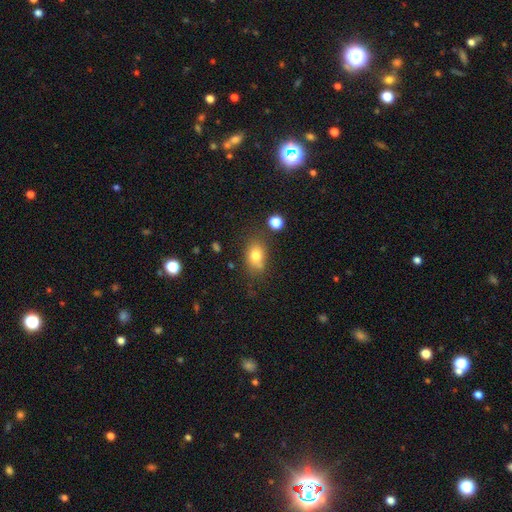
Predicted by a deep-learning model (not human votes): smooth 78%, featured or disk 11%, star or artifact 11%. Down the decision tree: how rounded — in between (73%); merging — none (66%).